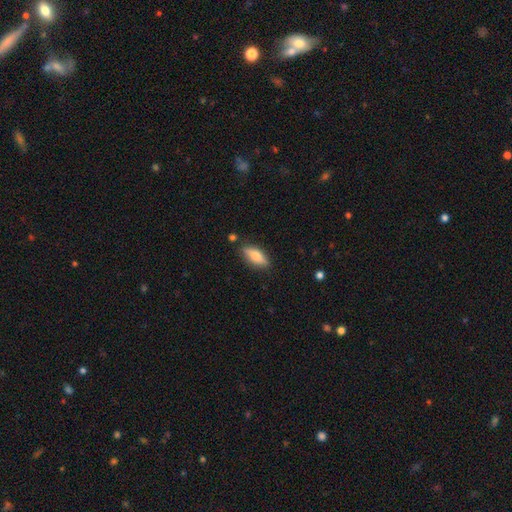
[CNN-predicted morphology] smooth_or_featured: smooth (p=0.73) [alt: featured or disk p=0.21]
how_rounded: in between (p=0.70) [alt: cigar-shaped p=0.28]
merging: none (p=0.82) [alt: minor disturbance p=0.12]